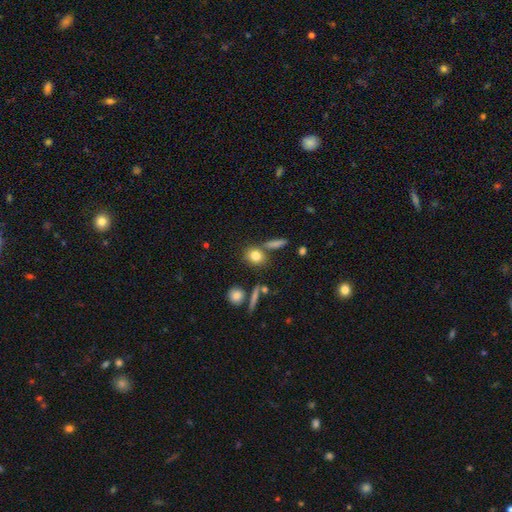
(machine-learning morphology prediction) Overall: smooth (79%). How rounded: round (65%; in between 31%). Merging: none (70%).